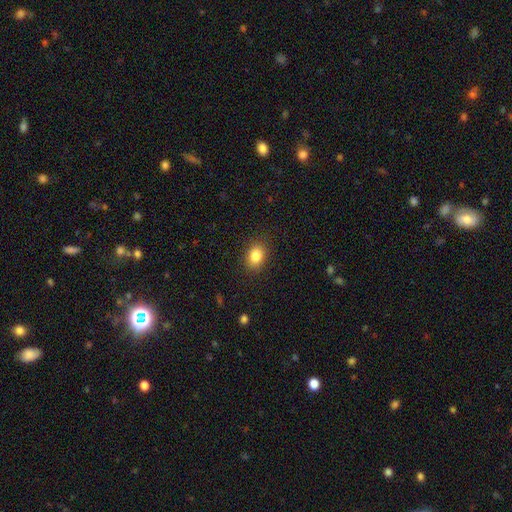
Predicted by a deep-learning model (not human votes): This is clearly a smooth galaxy (84%). How rounded: likely in between (61%). Merging: clearly none (87%).